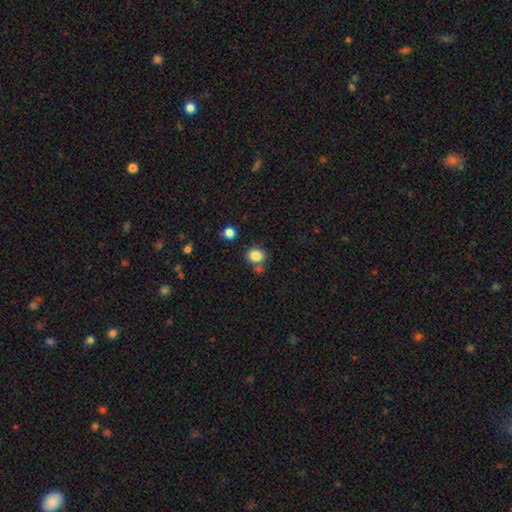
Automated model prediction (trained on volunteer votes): Smooth or featured: smooth — 84% (star or artifact — 11%)
How rounded: round — 69% (in between — 30%)
Merging: none — 68% (merger — 15%)